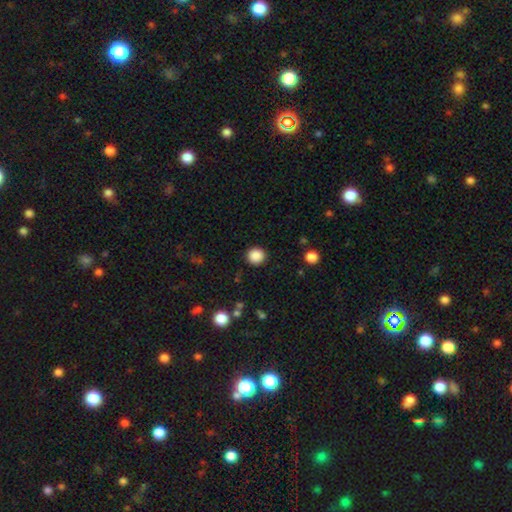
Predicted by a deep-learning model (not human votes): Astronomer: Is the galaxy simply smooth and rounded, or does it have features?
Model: smooth — 87%.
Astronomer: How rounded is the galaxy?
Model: round — 92%.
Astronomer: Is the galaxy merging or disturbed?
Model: none — 90%.